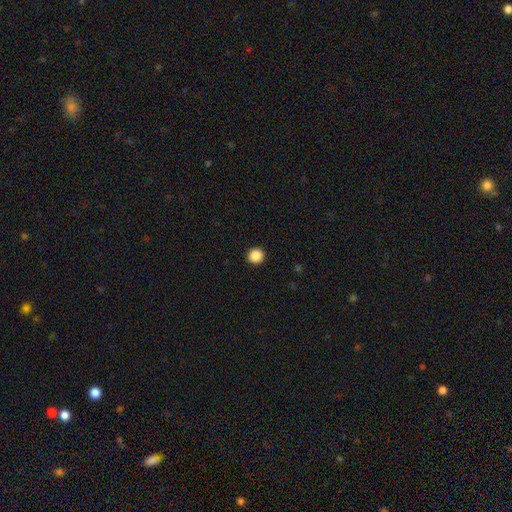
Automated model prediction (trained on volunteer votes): Morphology: type=smooth (88%); roundness=round (91%); merging=none (93%).